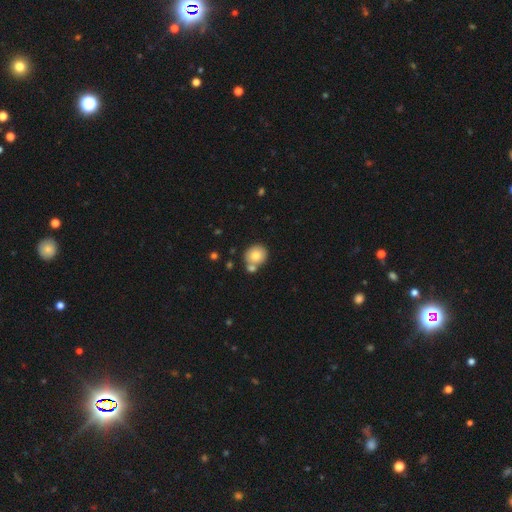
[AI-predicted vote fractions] smooth_or_featured: smooth (p=0.79) [alt: featured or disk p=0.12]
how_rounded: round (p=0.85) [alt: in between p=0.14]
merging: none (p=0.62) [alt: merger p=0.26]